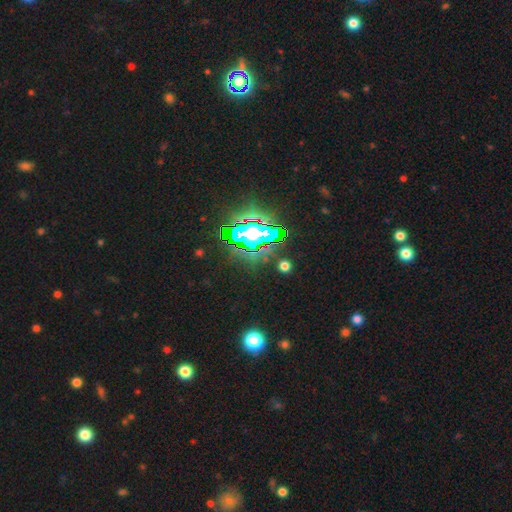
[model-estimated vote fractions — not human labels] Q: Smooth or featured?
A: star or artifact (81%); runner-up: smooth (10%)